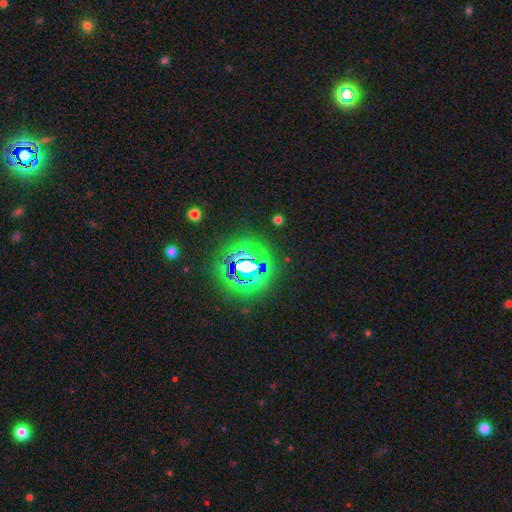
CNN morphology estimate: type=star or artifact (82%).